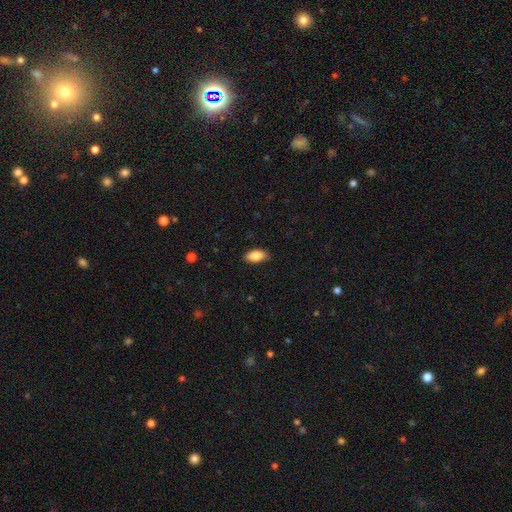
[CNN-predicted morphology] This appears to be a smooth galaxy with no disk features (85%) that is in between round and cigar-shaped (92%). Merging: none (87%).